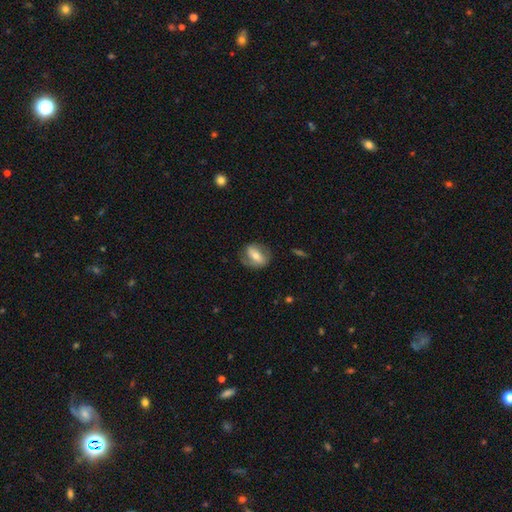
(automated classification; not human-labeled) Overall: featured or disk (51%; smooth 42%). Edge-on disk: no (87%). Merging: none (67%).